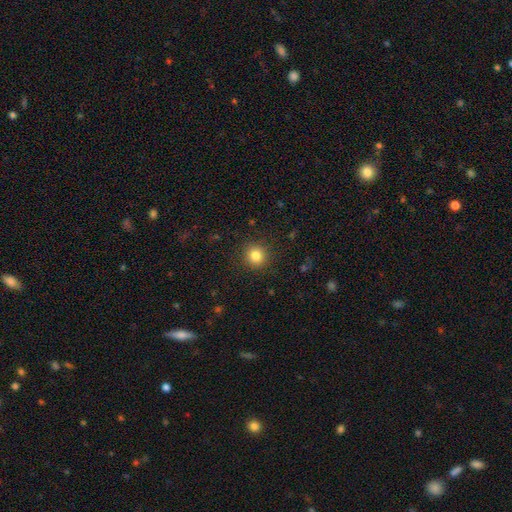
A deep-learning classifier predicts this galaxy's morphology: Overall: smooth (83%). How rounded: round (94%). Merging: none (91%).